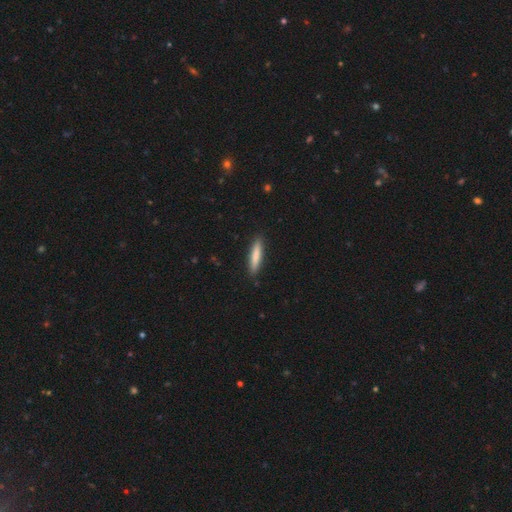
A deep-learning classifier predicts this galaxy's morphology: Smooth or featured: smooth — 79% (featured or disk — 15%)
How rounded: cigar-shaped — 87% (in between — 11%)
Merging: none — 90% (minor disturbance — 7%)